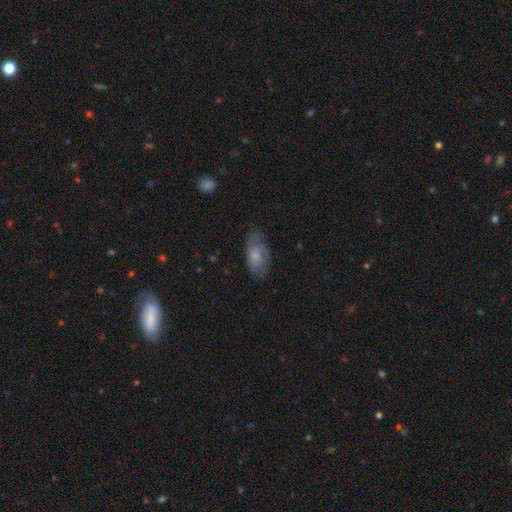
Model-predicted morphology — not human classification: Smooth or featured?
  - smooth: 64% *
  - featured or disk: 29%
  - star or artifact: 7%
How rounded?
  - in between: 89% *
  - cigar-shaped: 7%
  - round: 3%
Merging?
  - none: 61% *
  - minor disturbance: 28%
  - major disturbance: 9%
  - merger: 1%